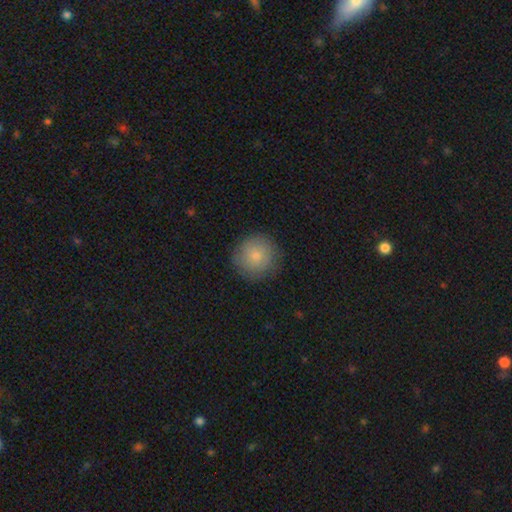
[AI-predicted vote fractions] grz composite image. It shows a smooth galaxy with no disk features (80%) that is round (94%). Merging: none (85%).